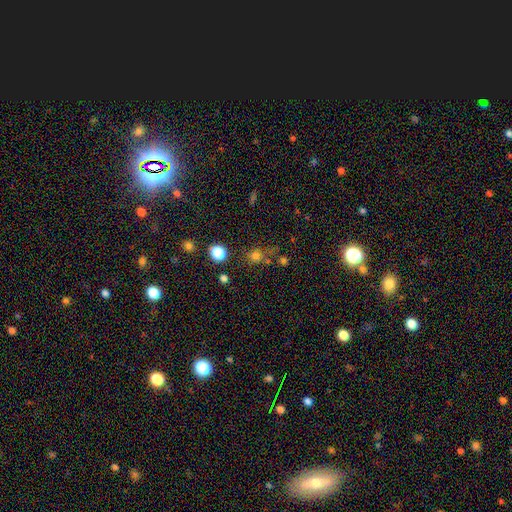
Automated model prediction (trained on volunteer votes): Morphology: type=smooth (69%); roundness=round (83%); merging=none (61%).